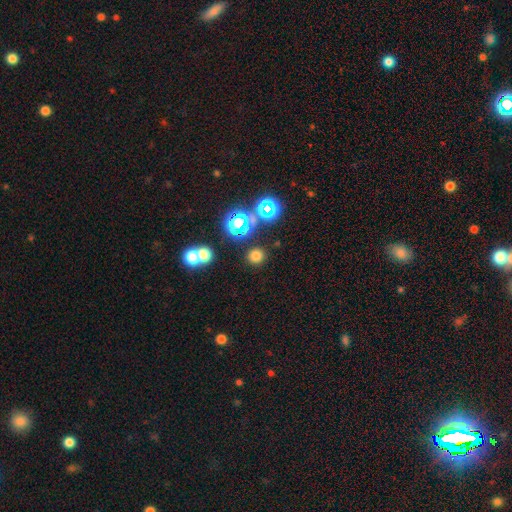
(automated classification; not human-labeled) Morphology: type=smooth (70%); roundness=round (89%); merging=none (85%).